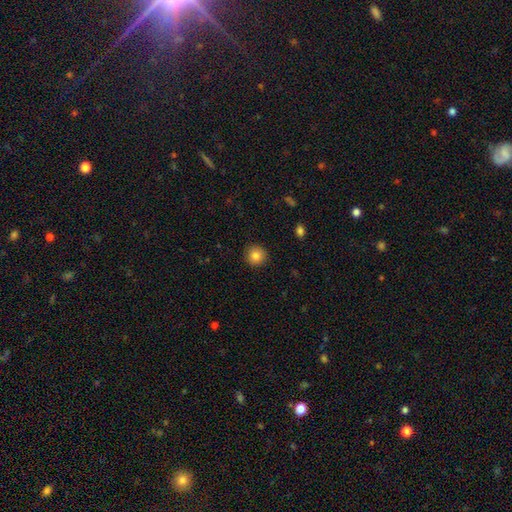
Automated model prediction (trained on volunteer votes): This is clearly a smooth galaxy (84%). How rounded: clearly round (94%). Merging: clearly none (91%).